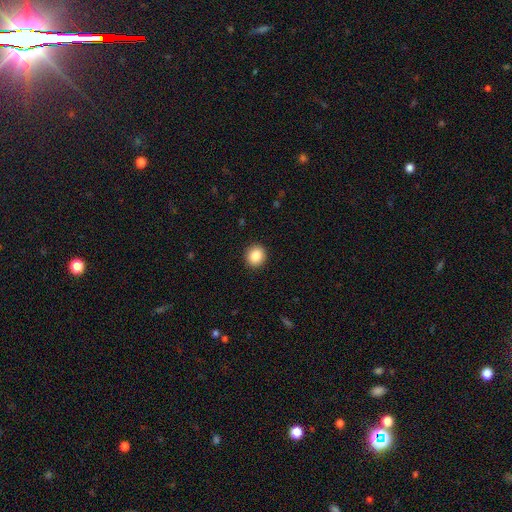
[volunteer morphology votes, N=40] Smooth or featured? smooth (88%)
How rounded? round (91%)
Merging? none (84%)